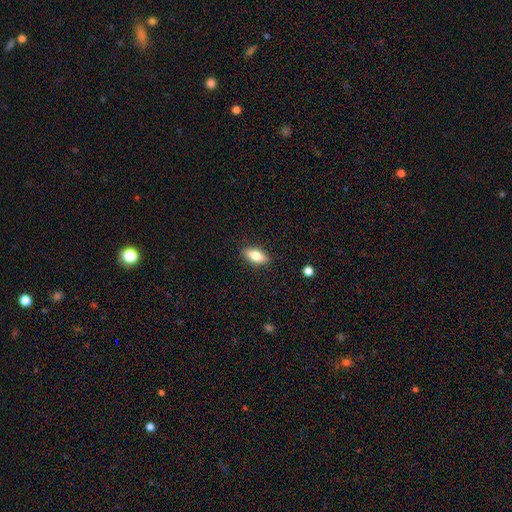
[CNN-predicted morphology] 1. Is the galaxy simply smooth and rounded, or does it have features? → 74% smooth, 18% featured or disk, 7% star or artifact.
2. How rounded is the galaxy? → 83% in between, 13% cigar-shaped, 4% round.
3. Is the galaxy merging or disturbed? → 87% none, 9% minor disturbance, 2% major disturbance, 1% merger.